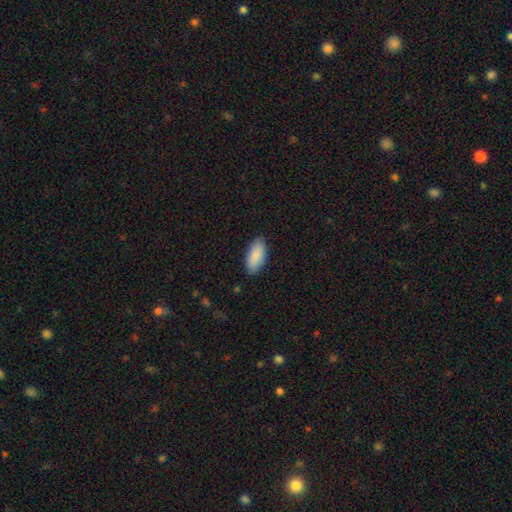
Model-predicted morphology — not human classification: Smooth or featured: smooth — 88% (featured or disk — 6%)
How rounded: in between — 90% (cigar-shaped — 8%)
Merging: none — 86% (minor disturbance — 11%)